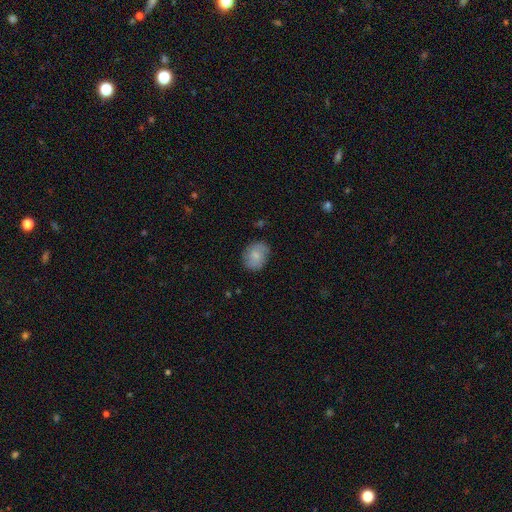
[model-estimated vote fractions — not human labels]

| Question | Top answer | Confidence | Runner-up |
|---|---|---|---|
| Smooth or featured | smooth | 78% | featured or disk (15%) |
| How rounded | round | 50% | in between (49%) |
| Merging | none | 78% | minor disturbance (17%) |